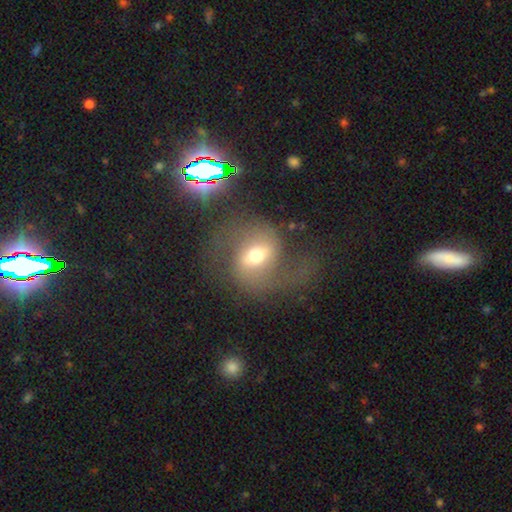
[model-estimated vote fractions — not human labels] Overall: featured or disk (64%; smooth 25%). Edge-on disk: no (93%). Bar: weak (42%; strong 38%). Spiral arms: yes (73%). Bulge size: moderate (67%). Merging: none (54%; major disturbance 23%).